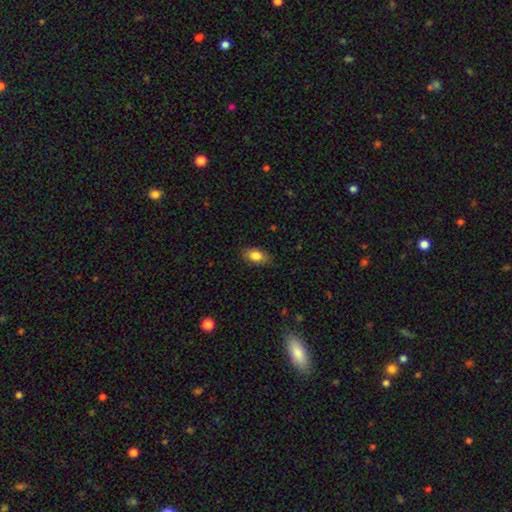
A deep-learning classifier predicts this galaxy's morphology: The model was most divided on "merging": none: 84%, minor disturbance: 12%, major disturbance: 3%, merger: 1%. More confident: how rounded — in between (88%); smooth or featured — smooth (83%).